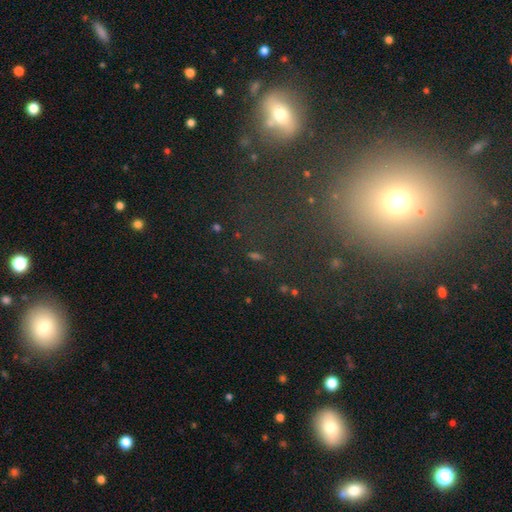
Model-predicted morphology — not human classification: star or artifact 58%, smooth 27%, featured or disk 15%.